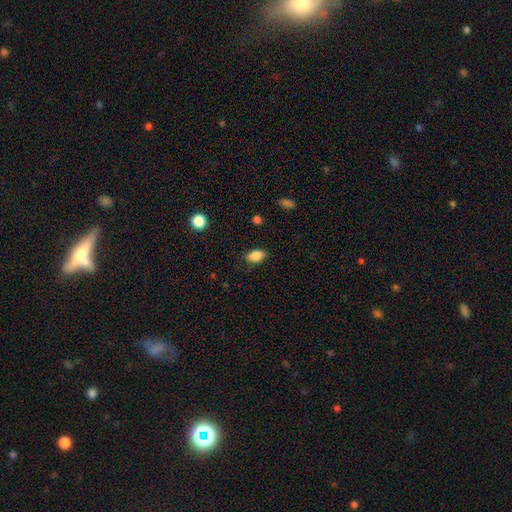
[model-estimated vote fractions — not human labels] Overall: smooth (86%). How rounded: in between (87%). Merging: none (81%).